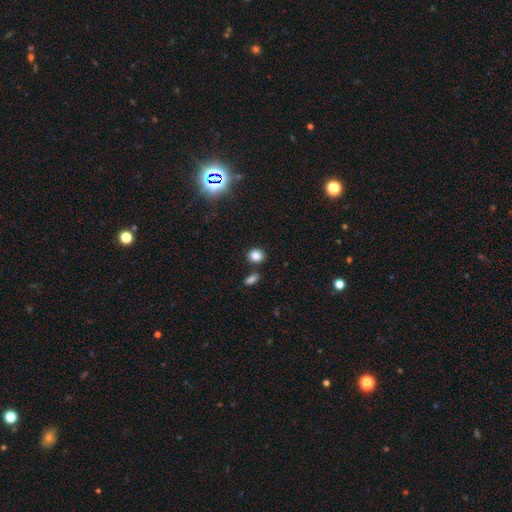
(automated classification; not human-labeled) This is clearly a smooth galaxy (83%). How rounded: likely round (70%). Merging: likely none (80%).